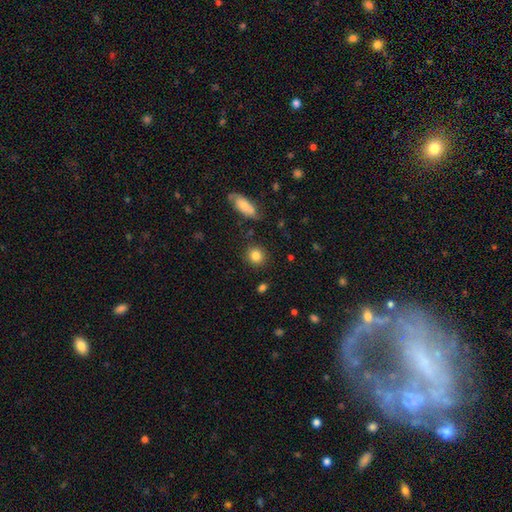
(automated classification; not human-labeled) This appears to be a smooth galaxy with no disk features (84%) that is round (84%). Merging: none (87%).